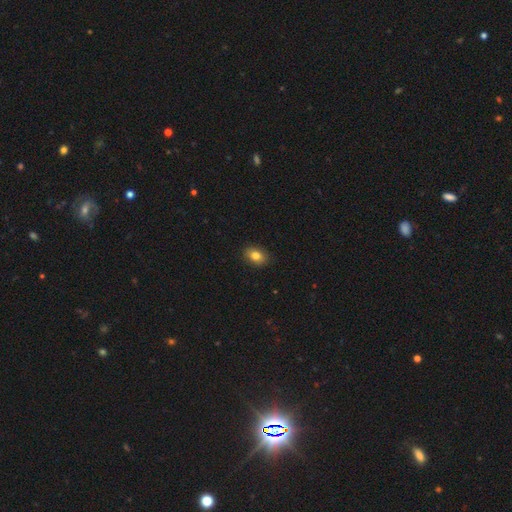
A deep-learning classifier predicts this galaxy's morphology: Overall: smooth (82%). How rounded: in between (77%). Merging: none (89%).